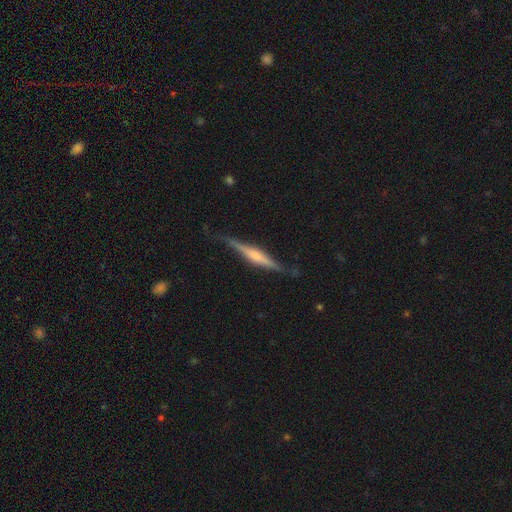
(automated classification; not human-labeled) Smooth or featured? Predicted: featured or disk (p=0.71). Edge-on disk? Predicted: yes (p=0.97). Edge-on bulge? Predicted: rounded (p=0.62). Merging? Predicted: none (p=0.81).